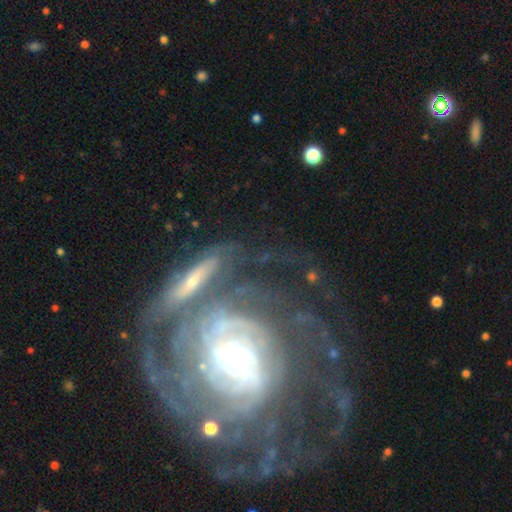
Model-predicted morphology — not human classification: Smooth or featured? Predicted: featured or disk (p=0.87). Edge-on disk? Predicted: no (p=0.95). Bar? Predicted: no (p=0.43). Spiral arms? Predicted: yes (p=0.94). Spiral winding? Predicted: tight (p=0.66). Spiral arm count? Predicted: can't tell (p=0.37). Bulge size? Predicted: small (p=0.50). Merging? Predicted: none (p=0.38).